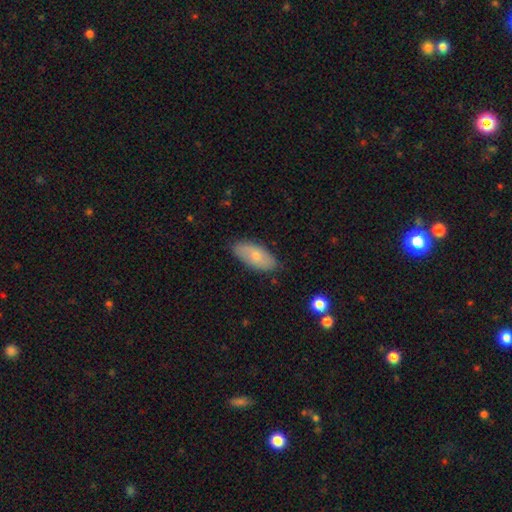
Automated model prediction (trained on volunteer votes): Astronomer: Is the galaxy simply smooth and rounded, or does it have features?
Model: smooth — 65%.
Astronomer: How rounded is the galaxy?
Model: in between — 89%.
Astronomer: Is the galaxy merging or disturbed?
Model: none — 83%.